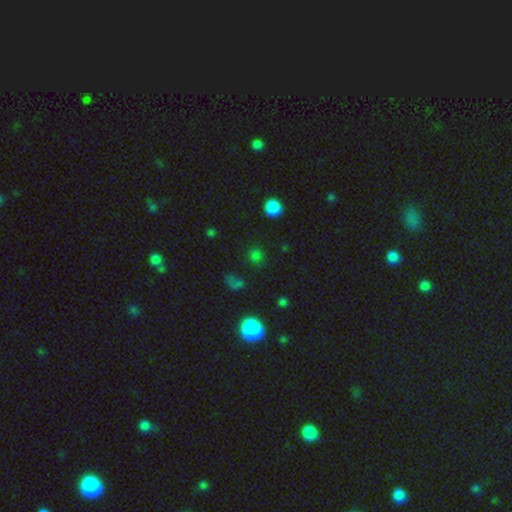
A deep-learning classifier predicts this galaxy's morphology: Smooth or featured: smooth — 65% (star or artifact — 29%)
How rounded: round — 84% (in between — 15%)
Merging: none — 76% (minor disturbance — 12%)